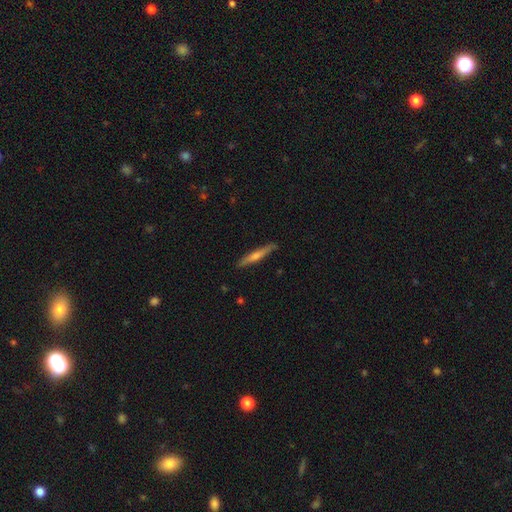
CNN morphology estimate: The model was most divided on "smooth or featured": smooth: 49%, featured or disk: 45%, star or artifact: 6%. More confident: merging — none (89%).